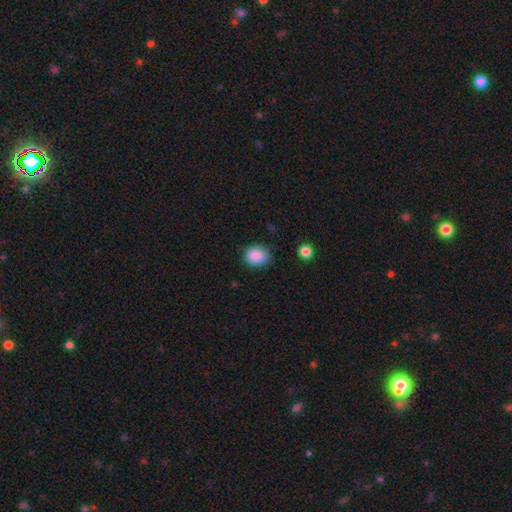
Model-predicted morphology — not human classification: smooth_or_featured: smooth (p=0.88) [alt: star or artifact p=0.09]
how_rounded: round (p=0.63) [alt: in between p=0.37]
merging: none (p=0.79) [alt: minor disturbance p=0.16]